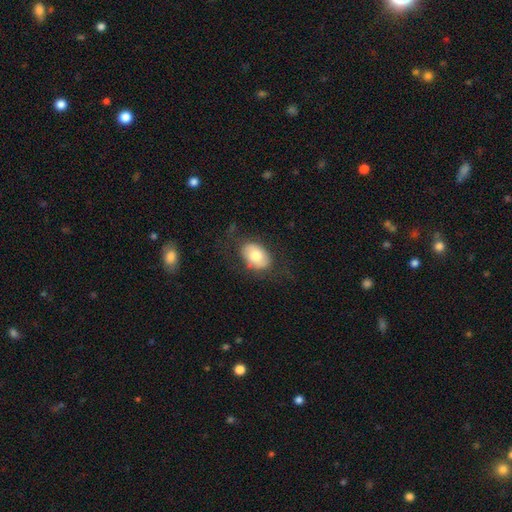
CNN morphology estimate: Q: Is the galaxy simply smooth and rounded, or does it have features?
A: smooth — 71%.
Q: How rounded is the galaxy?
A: in between — 84%.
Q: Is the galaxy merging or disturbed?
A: none — 73%.